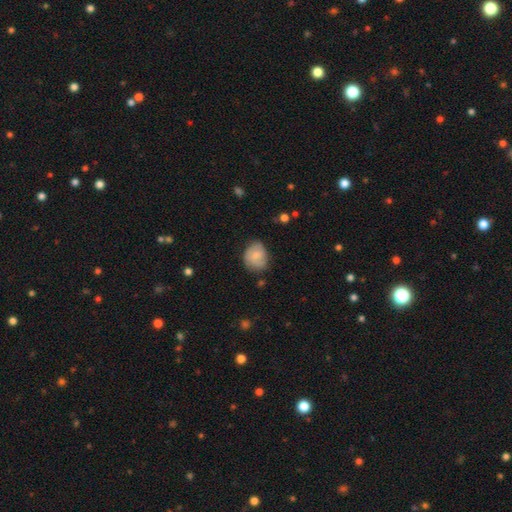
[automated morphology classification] smooth-or-featured: smooth: 62% | featured or disk: 31% | star or artifact: 7%
  how-rounded: round: 57% | in between: 42% | cigar-shaped: 1%
  merging: none: 60% | minor disturbance: 31% | major disturbance: 8% | merger: 2%